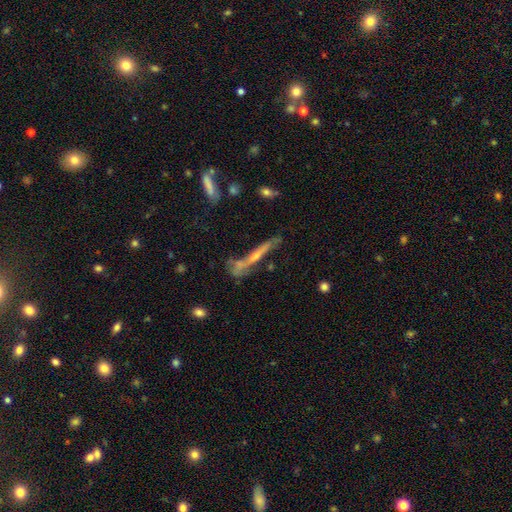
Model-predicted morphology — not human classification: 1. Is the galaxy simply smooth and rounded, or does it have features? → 64% featured or disk, 27% smooth, 10% star or artifact.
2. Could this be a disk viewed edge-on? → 87% yes, 13% no.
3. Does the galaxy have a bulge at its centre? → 55% rounded, 37% none, 8% boxy.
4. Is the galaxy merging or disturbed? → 53% none, 24% minor disturbance, 12% major disturbance, 11% merger.